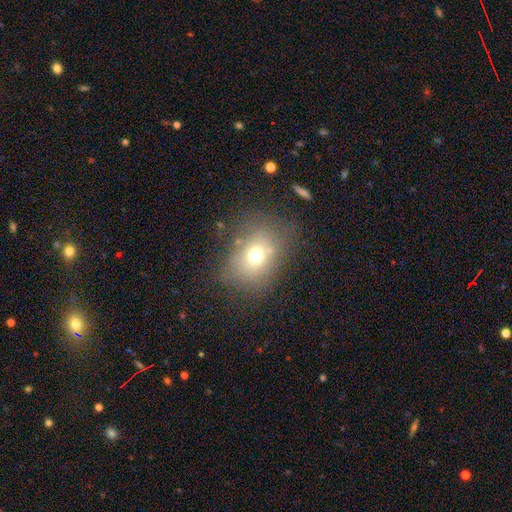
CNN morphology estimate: smooth-or-featured: smooth: 67% | featured or disk: 17% | star or artifact: 16%
  how-rounded: in between: 62% | round: 37% | cigar-shaped: 1%
  merging: none: 71% | minor disturbance: 16% | major disturbance: 9% | merger: 4%